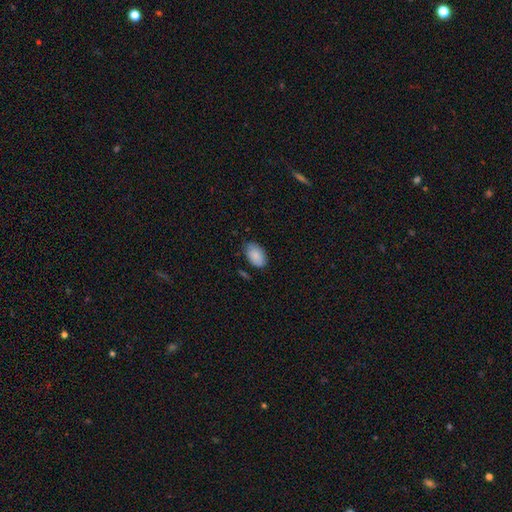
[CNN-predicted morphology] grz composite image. It shows a smooth galaxy with no disk features (86%) that is in between round and cigar-shaped (92%). Merging: none (74%).